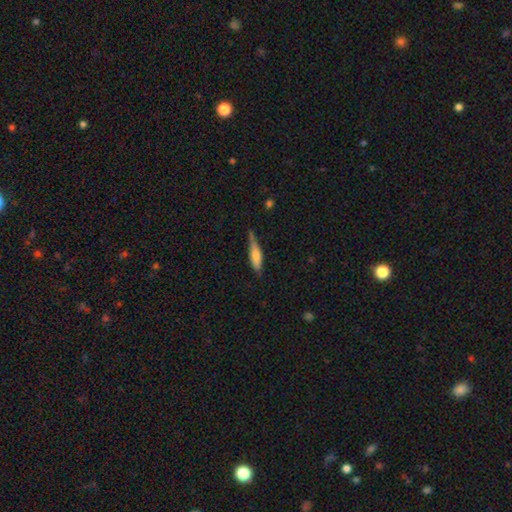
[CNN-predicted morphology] The model was most divided on "merging": none: 55%, minor disturbance: 34%, major disturbance: 8%, merger: 3%. More confident: how rounded — cigar-shaped (71%); smooth or featured — smooth (65%).